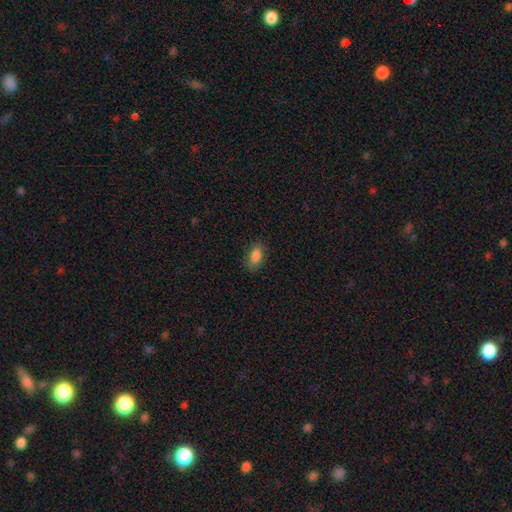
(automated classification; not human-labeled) Smooth or featured?
  - smooth: 86% *
  - star or artifact: 8%
  - featured or disk: 6%
How rounded?
  - in between: 89% *
  - round: 6%
  - cigar-shaped: 5%
Merging?
  - none: 83% *
  - minor disturbance: 13%
  - major disturbance: 3%
  - merger: 1%